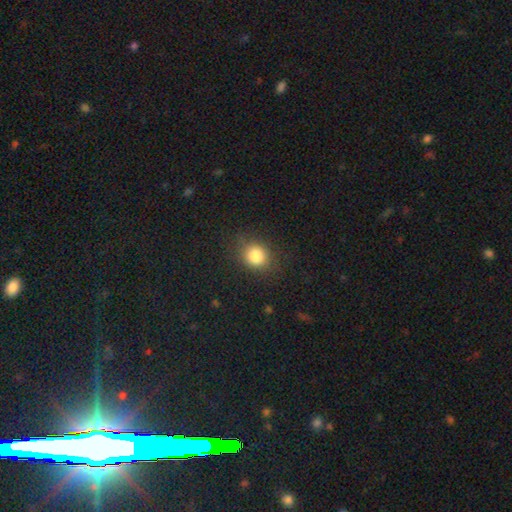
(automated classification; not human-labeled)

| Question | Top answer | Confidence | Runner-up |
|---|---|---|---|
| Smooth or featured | smooth | 84% | star or artifact (11%) |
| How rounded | round | 64% | in between (35%) |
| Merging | none | 79% | minor disturbance (14%) |